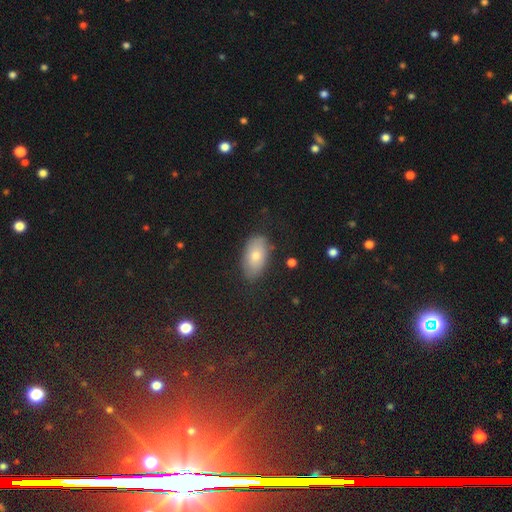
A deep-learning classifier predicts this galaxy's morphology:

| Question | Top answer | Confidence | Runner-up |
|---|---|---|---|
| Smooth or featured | smooth | 72% | featured or disk (19%) |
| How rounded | in between | 92% | round (6%) |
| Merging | none | 80% | minor disturbance (15%) |